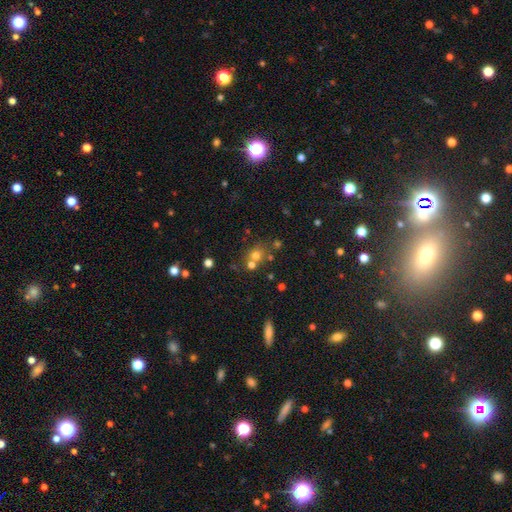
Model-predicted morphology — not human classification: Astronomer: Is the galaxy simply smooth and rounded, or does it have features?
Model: smooth — 65%.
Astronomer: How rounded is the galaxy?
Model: round — 80%.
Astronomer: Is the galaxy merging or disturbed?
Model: none — 54% (runner-up: merger, 34%).